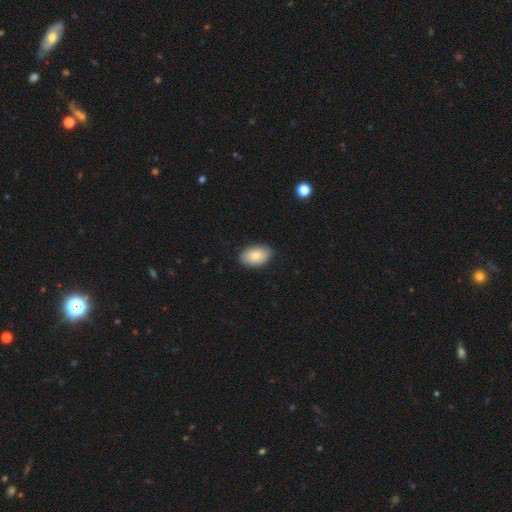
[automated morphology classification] Q: Smooth or featured?
A: smooth (79%); runner-up: featured or disk (15%)
Q: How rounded?
A: in between (90%); runner-up: round (9%)
Q: Merging?
A: none (84%); runner-up: minor disturbance (13%)